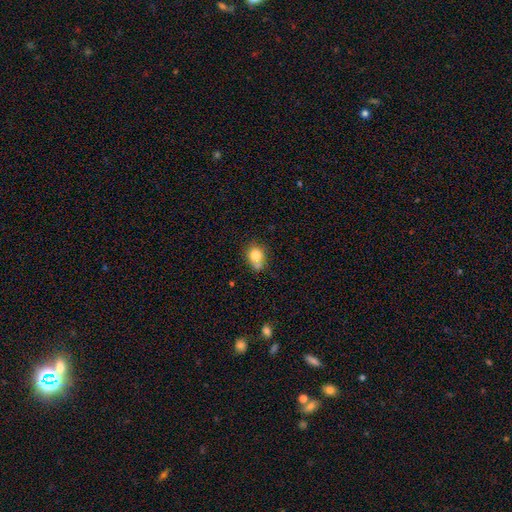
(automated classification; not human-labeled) Smooth or featured: smooth — 79% (featured or disk — 11%)
How rounded: round — 57% (in between — 41%)
Merging: none — 51% (minor disturbance — 22%)